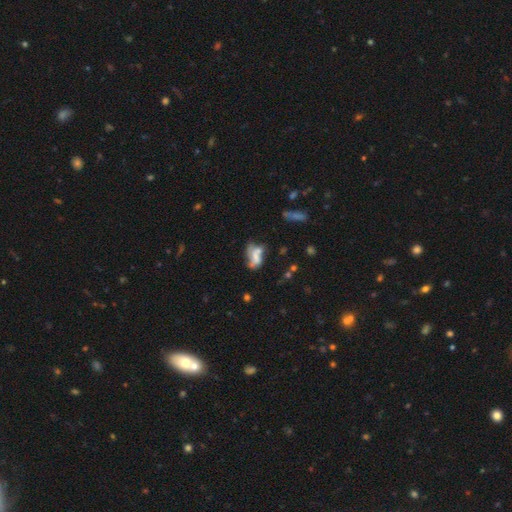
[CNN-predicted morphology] Q: Smooth or featured?
A: smooth (47%); runner-up: featured or disk (41%)
Q: Merging?
A: merger (36%); runner-up: none (25%)